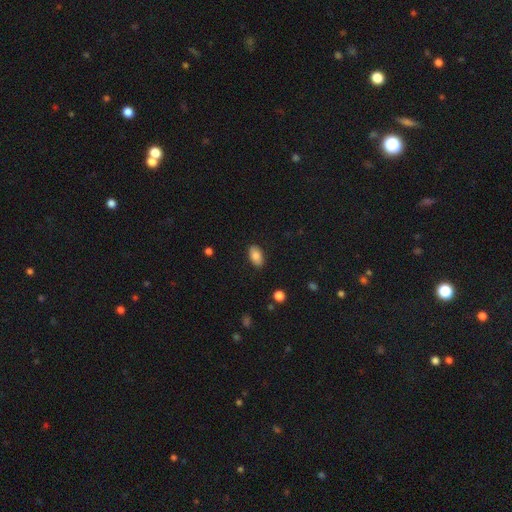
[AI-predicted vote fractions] Q: Smooth or featured?
A: smooth (84%); runner-up: featured or disk (8%)
Q: How rounded?
A: in between (92%); runner-up: round (6%)
Q: Merging?
A: none (88%); runner-up: minor disturbance (9%)